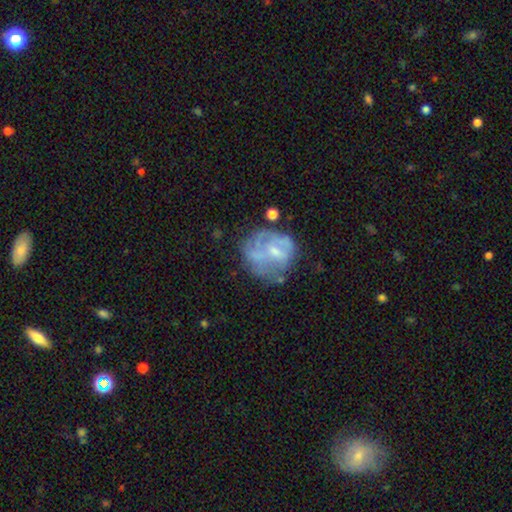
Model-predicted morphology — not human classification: Smooth or featured? featured or disk (60%)
Edge-on disk? no (98%)
Bar? no (57%)
Spiral arms? no (57%)
Bulge size? small (48%)
Merging? none (45%)